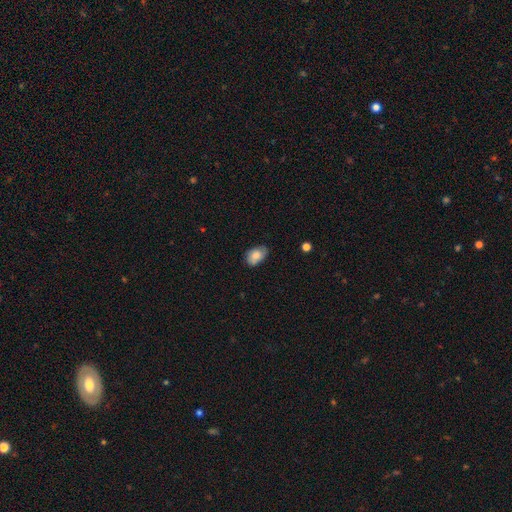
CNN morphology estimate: A smooth galaxy with no disk features (77%) that is in between round and cigar-shaped (87%).

Vote fractions:
- Smooth or featured? smooth: 77% / featured or disk: 15% / star or artifact: 8%
- How rounded? in between: 87% / round: 12% / cigar-shaped: 1%
- Merging? none: 67% / minor disturbance: 27% / major disturbance: 5% / merger: 1%